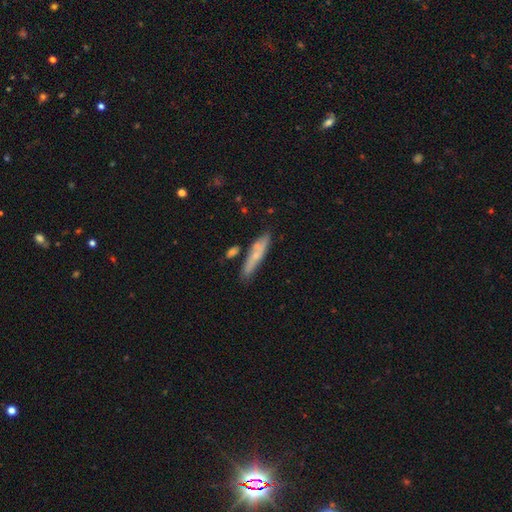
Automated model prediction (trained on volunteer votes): Q: Smooth or featured?
A: smooth (53%); runner-up: featured or disk (41%)
Q: How rounded?
A: cigar-shaped (84%); runner-up: in between (14%)
Q: Merging?
A: none (70%); runner-up: minor disturbance (17%)